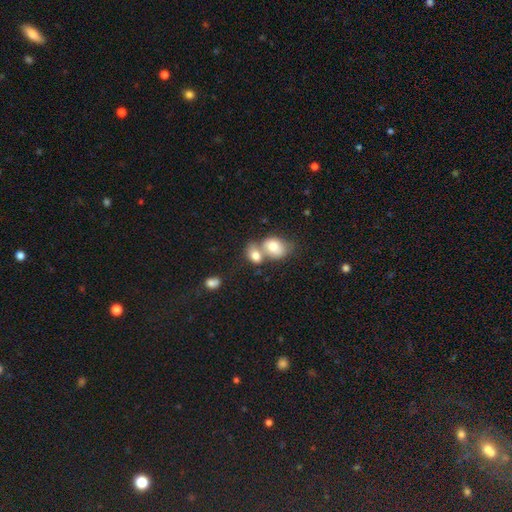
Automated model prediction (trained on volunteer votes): A smooth galaxy with no disk features (77%) that is in between round and cigar-shaped (69%). Merging: merger (67%).